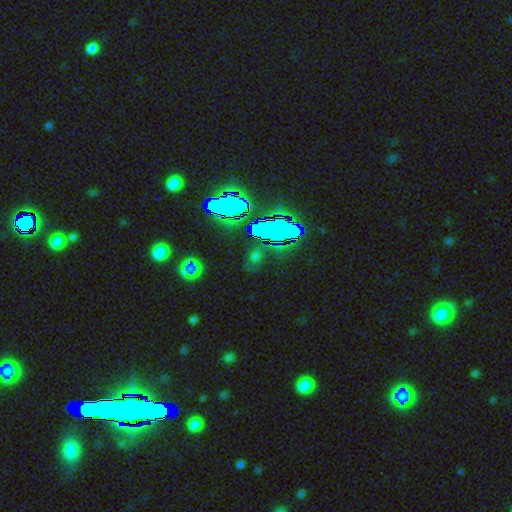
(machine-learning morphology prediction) This appears to be a star or artifact, not a galaxy (59%).